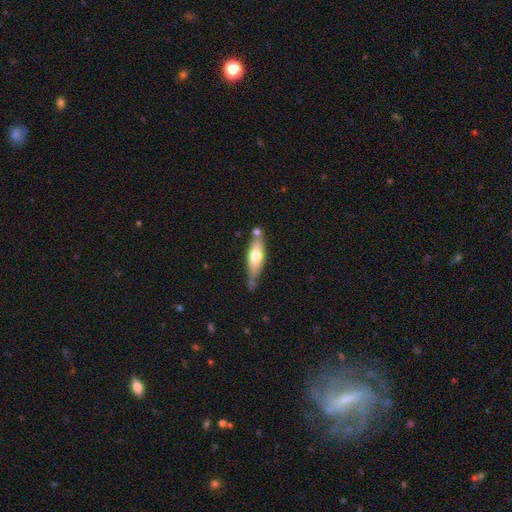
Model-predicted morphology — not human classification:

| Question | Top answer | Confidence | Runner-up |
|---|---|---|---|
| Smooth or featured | smooth | 57% | featured or disk (37%) |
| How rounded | cigar-shaped | 60% | in between (38%) |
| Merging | none | 56% | minor disturbance (21%) |